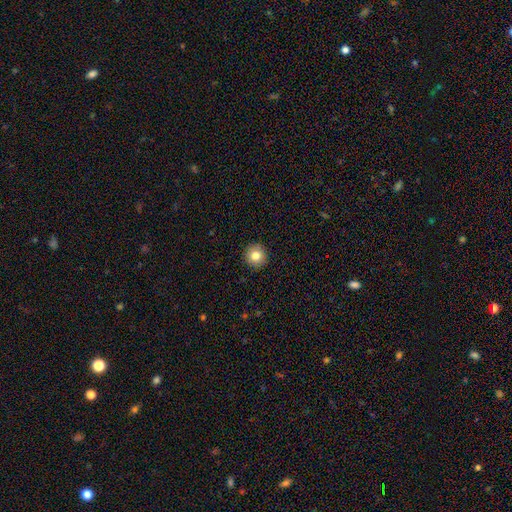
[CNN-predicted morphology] A smooth galaxy with no disk features (81%) that is round (94%). Merging: none (92%).